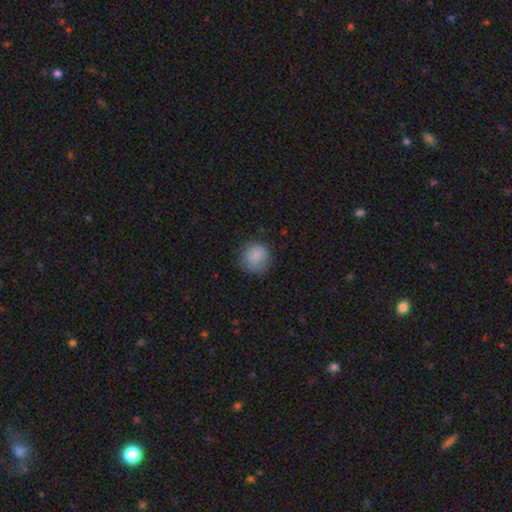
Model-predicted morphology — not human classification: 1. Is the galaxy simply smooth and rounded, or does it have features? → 87% smooth, 8% star or artifact, 5% featured or disk.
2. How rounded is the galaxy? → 90% round, 9% in between, 1% cigar-shaped.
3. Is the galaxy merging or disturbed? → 81% none, 14% minor disturbance, 4% major disturbance, 1% merger.